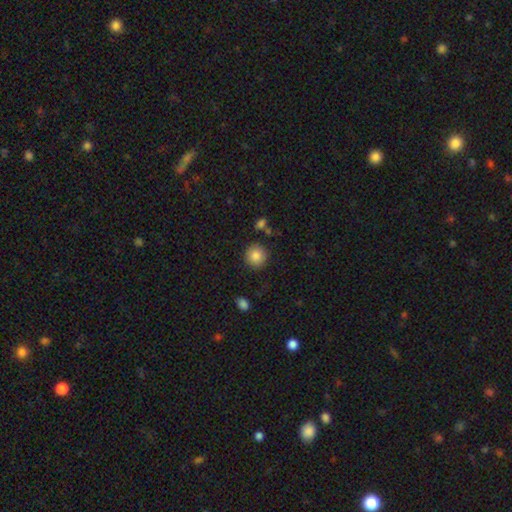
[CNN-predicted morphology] Smooth or featured?
  - smooth: 86% *
  - star or artifact: 9%
  - featured or disk: 5%
How rounded?
  - round: 92% *
  - in between: 7%
  - cigar-shaped: 1%
Merging?
  - none: 88% *
  - minor disturbance: 7%
  - merger: 3%
  - major disturbance: 2%